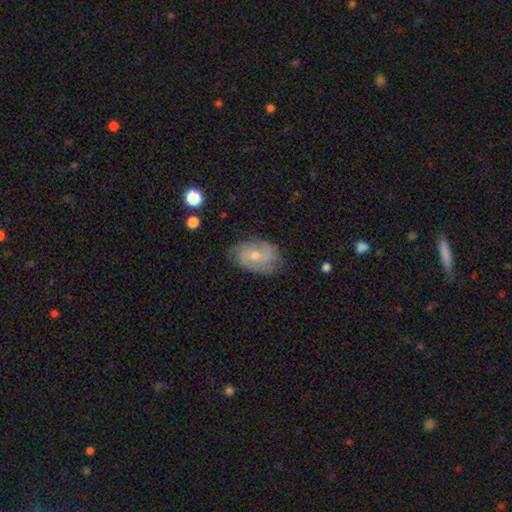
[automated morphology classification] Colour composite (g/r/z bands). It shows a featured or disk galaxy (68%) with no bar (54%), 2 (62%) medium (44%) spiral arms (89%) and a moderate central bulge (55%). Merging: none (73%).